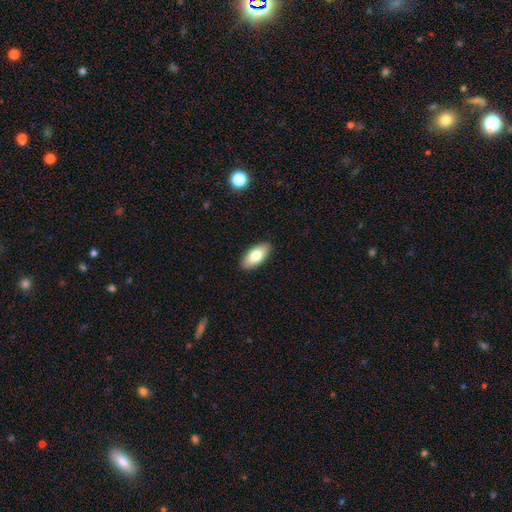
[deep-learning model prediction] A smooth galaxy with no disk features (78%) that is in between round and cigar-shaped (91%). Merging: none (90%).